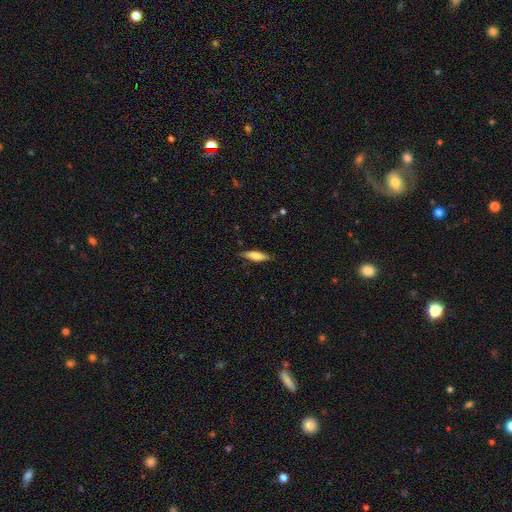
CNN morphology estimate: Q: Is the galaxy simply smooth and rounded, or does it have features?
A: smooth — 64%.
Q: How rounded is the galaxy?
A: cigar-shaped — 69%.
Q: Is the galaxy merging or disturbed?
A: none — 84%.